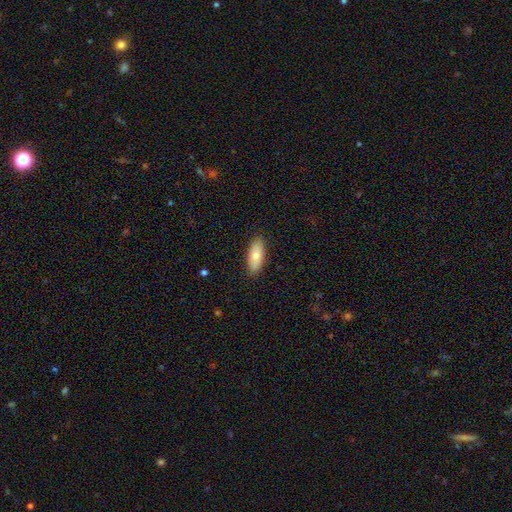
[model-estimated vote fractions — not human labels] A smooth galaxy with no disk features (77%) that is in between round and cigar-shaped (79%). Merging: none (89%).